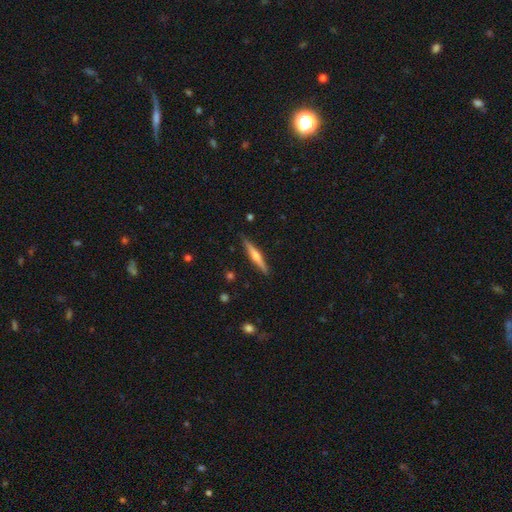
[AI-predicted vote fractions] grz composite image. It shows a featured or disk galaxy (60%) viewed edge-on (97%) with a rounded central bulge (82%). Merging: none (90%).